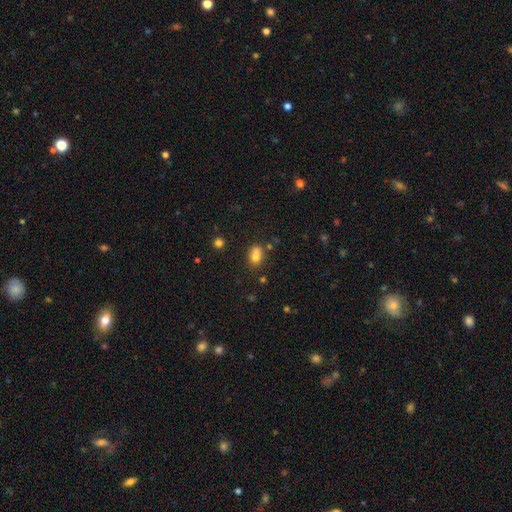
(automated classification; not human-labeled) A smooth galaxy with no disk features (74%) that is in between round and cigar-shaped (54%). Merging: none (40%).